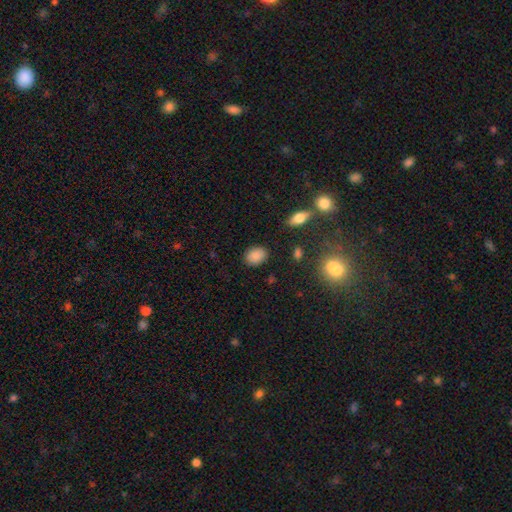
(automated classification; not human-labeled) smooth_or_featured: smooth (p=0.86) [alt: star or artifact p=0.09]
how_rounded: in between (p=0.69) [alt: round p=0.29]
merging: none (p=0.86) [alt: minor disturbance p=0.10]